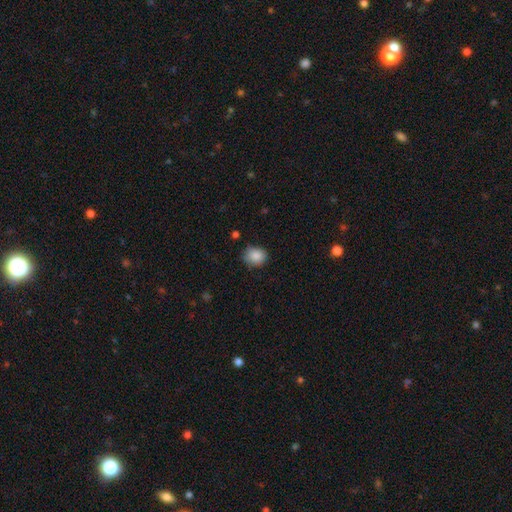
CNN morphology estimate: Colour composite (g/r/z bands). It shows a smooth galaxy with no disk features (86%) that is round (58%). Merging: none (72%).